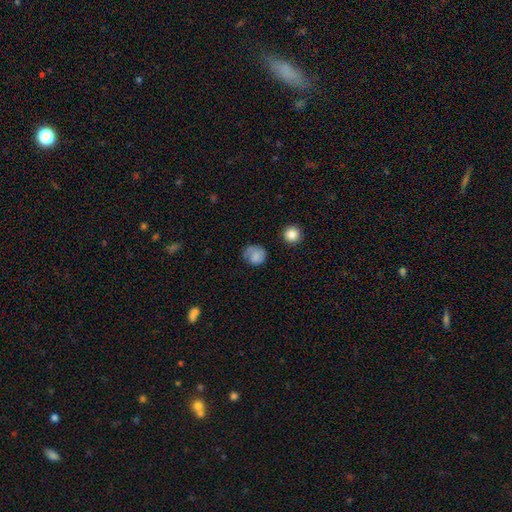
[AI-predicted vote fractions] This appears to be a smooth galaxy with no disk features (76%) that is round (77%). Merging: none (59%).